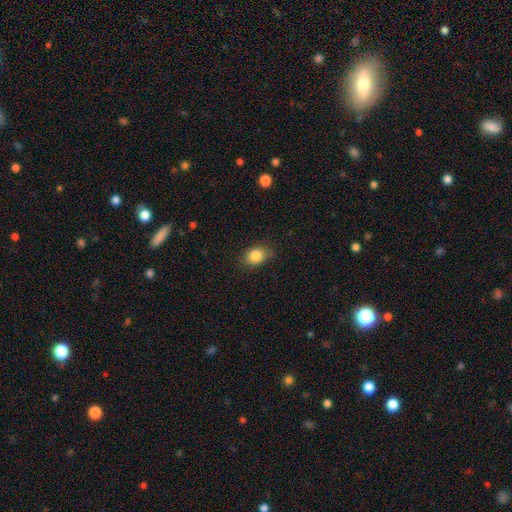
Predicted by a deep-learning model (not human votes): Smooth or featured? smooth (85%)
How rounded? in between (67%)
Merging? none (82%)